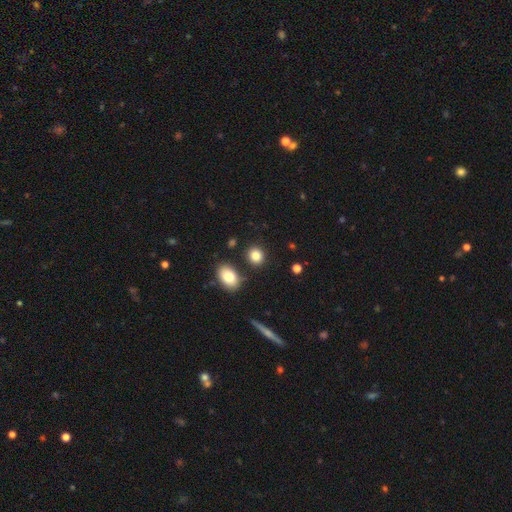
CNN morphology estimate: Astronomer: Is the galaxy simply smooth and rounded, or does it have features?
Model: smooth — 84%.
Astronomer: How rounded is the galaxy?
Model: round — 73%.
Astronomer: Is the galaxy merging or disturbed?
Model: none — 83%.